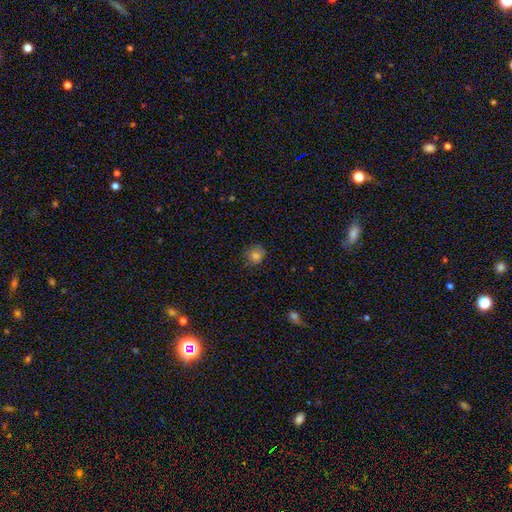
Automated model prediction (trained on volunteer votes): Q: Smooth or featured?
A: smooth (80%); runner-up: star or artifact (13%)
Q: How rounded?
A: round (85%); runner-up: in between (14%)
Q: Merging?
A: none (76%); runner-up: minor disturbance (18%)